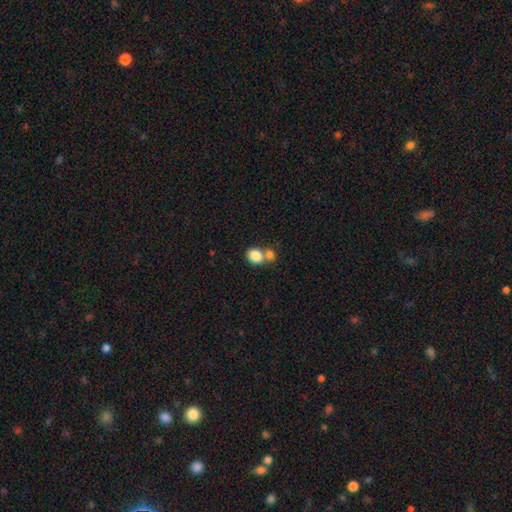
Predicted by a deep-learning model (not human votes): smooth-or-featured: smooth: 84% | star or artifact: 9% | featured or disk: 7%
  how-rounded: round: 57% | in between: 42% | cigar-shaped: 1%
  merging: merger: 48% | none: 41% | minor disturbance: 8% | major disturbance: 3%